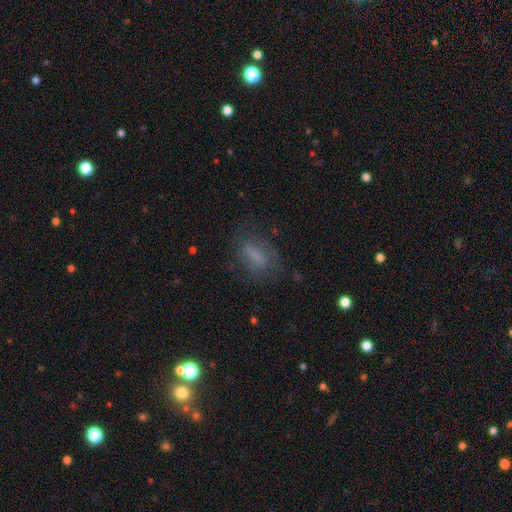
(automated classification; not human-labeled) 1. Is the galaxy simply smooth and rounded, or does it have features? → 52% smooth, 35% featured or disk, 13% star or artifact.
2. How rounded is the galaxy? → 56% in between, 36% cigar-shaped, 7% round.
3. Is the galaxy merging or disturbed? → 68% none, 18% minor disturbance, 12% major disturbance, 2% merger.